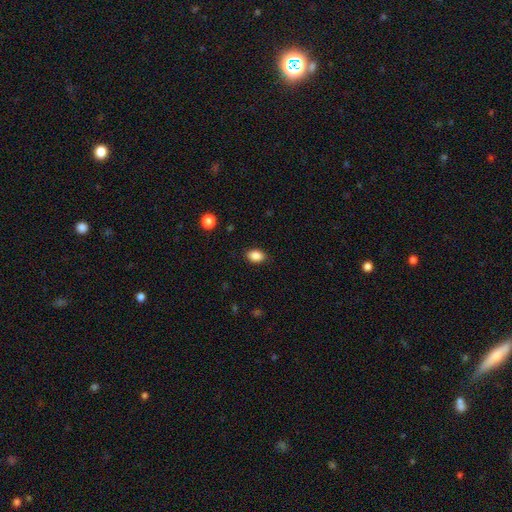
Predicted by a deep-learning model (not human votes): smooth-or-featured: smooth: 88% | star or artifact: 9% | featured or disk: 4%
  how-rounded: in between: 82% | round: 17% | cigar-shaped: 1%
  merging: none: 87% | minor disturbance: 10% | major disturbance: 2% | merger: 1%